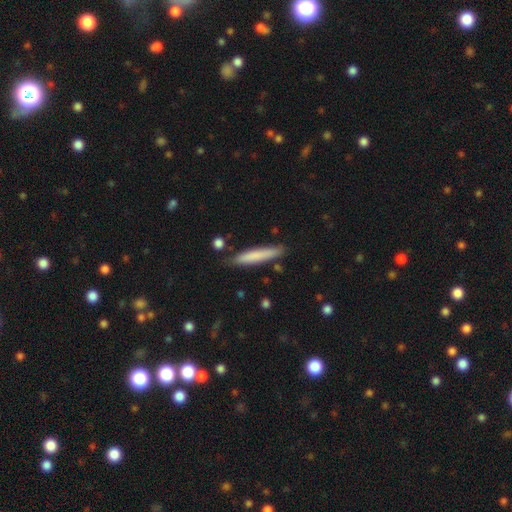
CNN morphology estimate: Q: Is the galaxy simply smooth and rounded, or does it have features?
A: smooth — 76%.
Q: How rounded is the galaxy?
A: cigar-shaped — 92%.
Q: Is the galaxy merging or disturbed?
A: none — 83%.